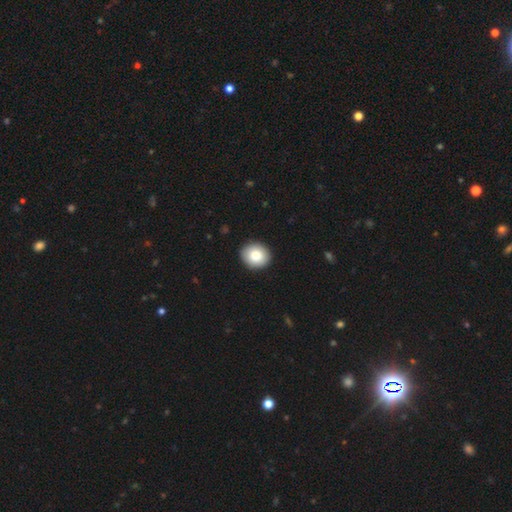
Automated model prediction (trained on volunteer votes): smooth_or_featured: smooth (p=0.85) [alt: featured or disk p=0.08]
how_rounded: round (p=0.73) [alt: in between p=0.26]
merging: none (p=0.91) [alt: minor disturbance p=0.07]